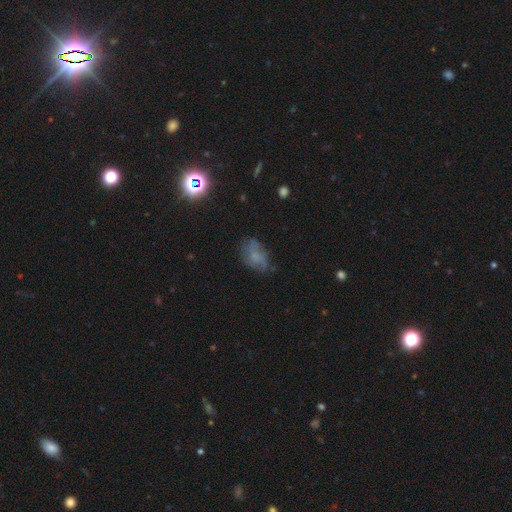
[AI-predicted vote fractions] Overall: smooth (56%; featured or disk 29%). How rounded: in between (86%). Merging: none (55%; minor disturbance 28%).